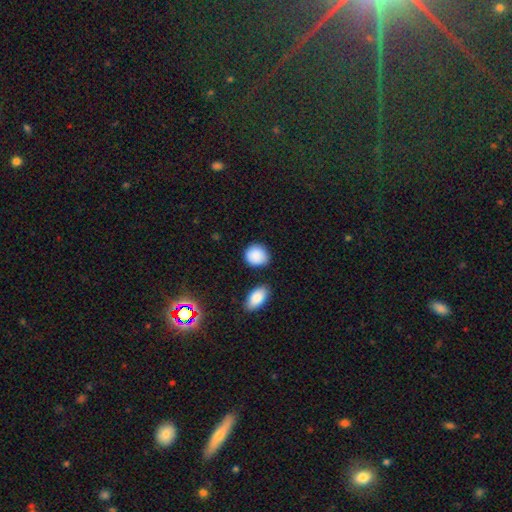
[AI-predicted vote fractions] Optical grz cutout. It shows a smooth galaxy with no disk features (89%) that is round (71%). Merging: none (77%).